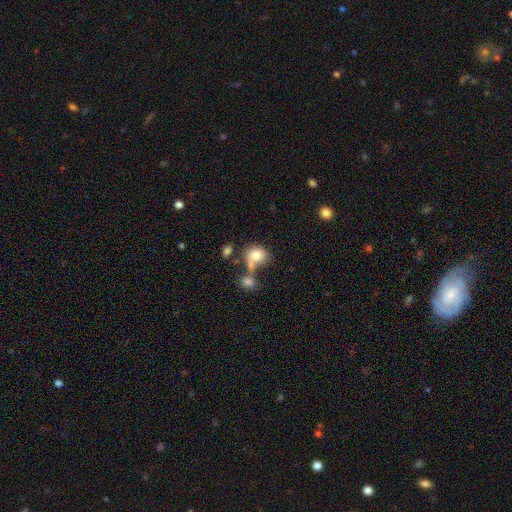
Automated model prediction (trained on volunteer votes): A smooth galaxy with no disk features (77%) that is round (54%).

Vote fractions:
- Smooth or featured? smooth: 77% / featured or disk: 13% / star or artifact: 9%
- How rounded? round: 54% / in between: 44% / cigar-shaped: 1%
- Merging? merger: 38% / none: 34% / minor disturbance: 16% / major disturbance: 11%